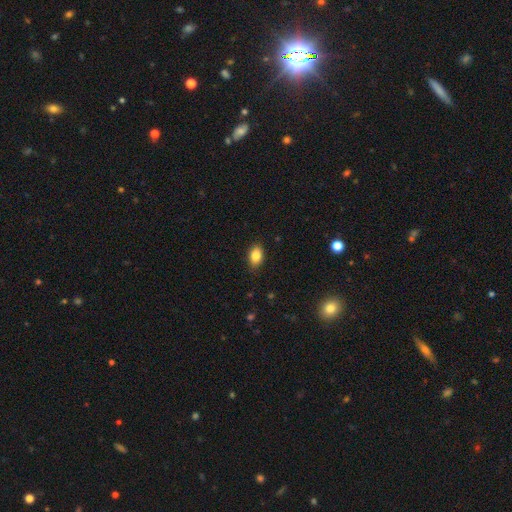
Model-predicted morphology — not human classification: smooth 85%, star or artifact 8%, featured or disk 7%. Down the decision tree: how rounded — in between (85%); merging — none (86%).